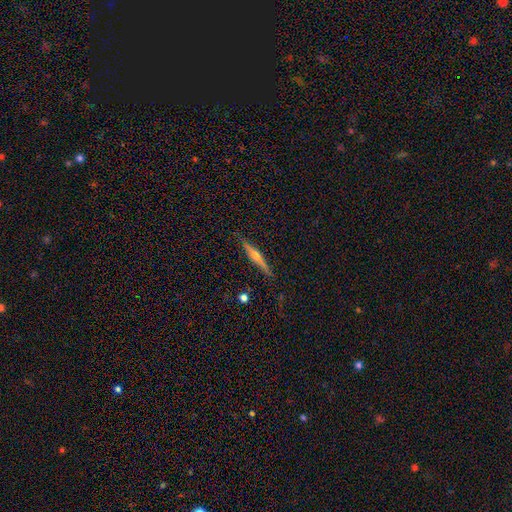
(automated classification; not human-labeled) The model was most divided on "smooth or featured": featured or disk: 71%, smooth: 22%, star or artifact: 7%. More confident: edge-on disk — yes (98%); merging — none (88%); edge-on bulge — rounded (84%).